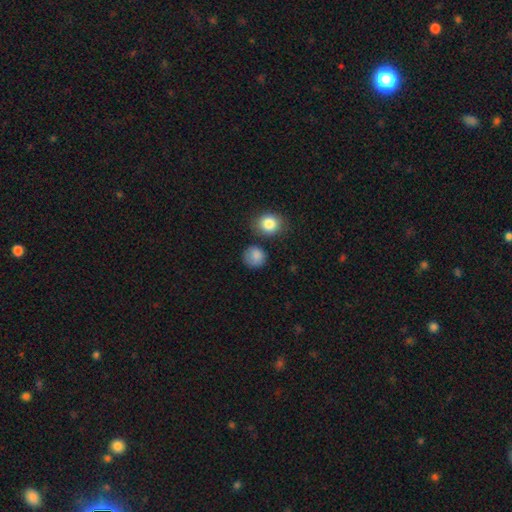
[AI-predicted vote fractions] smooth-or-featured: smooth: 85% | star or artifact: 9% | featured or disk: 6%
  how-rounded: round: 85% | in between: 14% | cigar-shaped: 1%
  merging: none: 73% | minor disturbance: 16% | merger: 7% | major disturbance: 5%